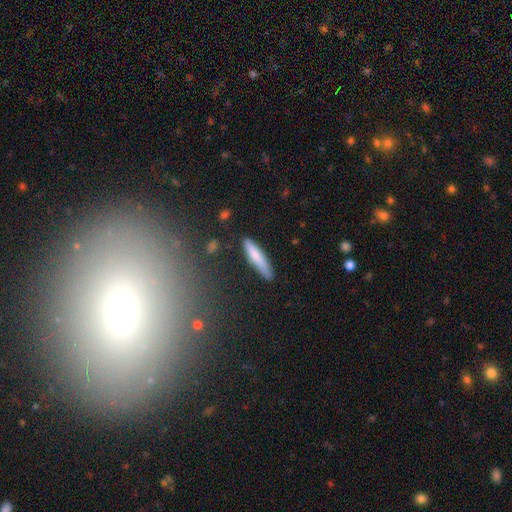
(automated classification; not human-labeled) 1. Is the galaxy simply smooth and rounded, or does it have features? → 77% smooth, 17% featured or disk, 6% star or artifact.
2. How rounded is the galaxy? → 89% cigar-shaped, 10% in between, 1% round.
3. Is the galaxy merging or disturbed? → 82% none, 13% minor disturbance, 3% major disturbance, 2% merger.